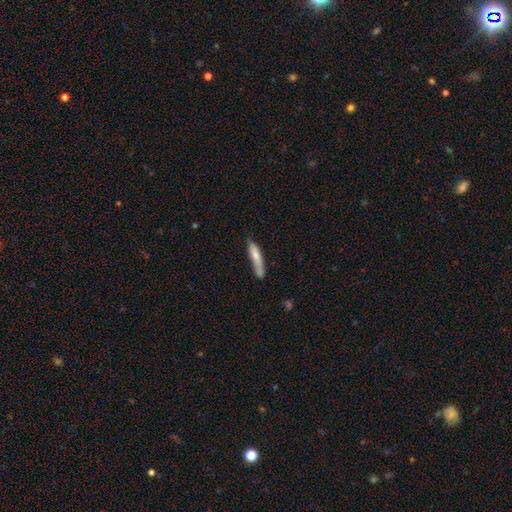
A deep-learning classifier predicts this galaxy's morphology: smooth 69%, featured or disk 25%, star or artifact 6%. Down the decision tree: how rounded — cigar-shaped (86%); merging — none (58%).